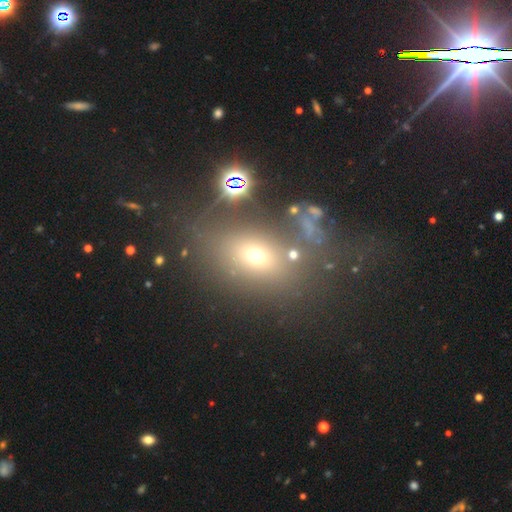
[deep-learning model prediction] Morphology: type=smooth (55%); roundness=in between (61%); merging=none (59%).